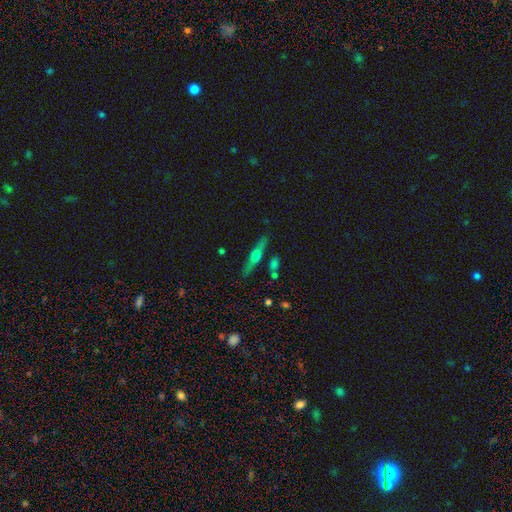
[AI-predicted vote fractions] Q: Smooth or featured?
A: featured or disk (62%); runner-up: smooth (32%)
Q: Edge-on disk?
A: yes (96%); runner-up: no (4%)
Q: Edge-on bulge?
A: rounded (91%); runner-up: none (4%)
Q: Merging?
A: none (85%); runner-up: minor disturbance (9%)